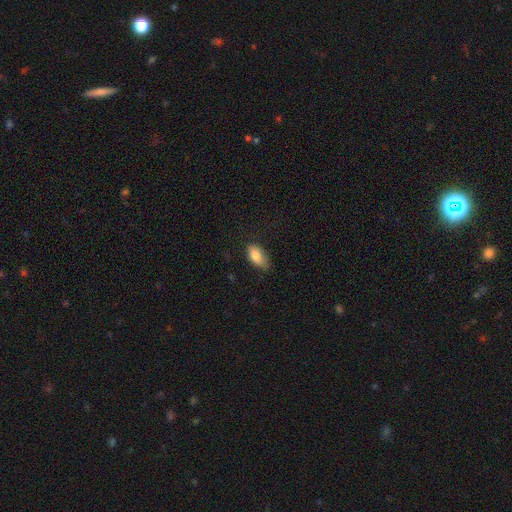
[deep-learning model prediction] This is clearly a smooth galaxy (83%). How rounded: clearly in between (91%). Merging: likely none (65%).